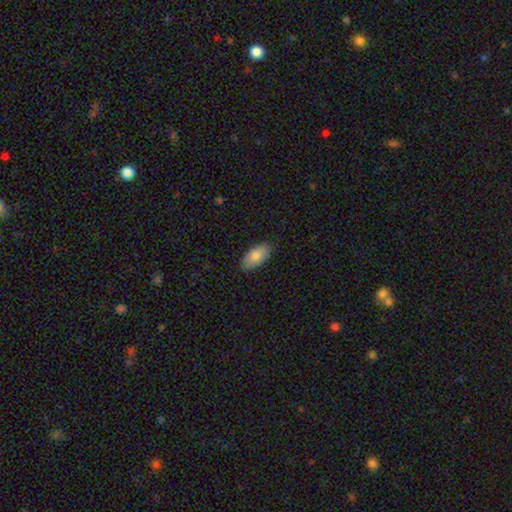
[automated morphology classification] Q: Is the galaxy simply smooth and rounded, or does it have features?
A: smooth — 81%.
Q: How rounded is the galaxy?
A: in between — 93%.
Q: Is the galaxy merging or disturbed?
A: none — 86%.